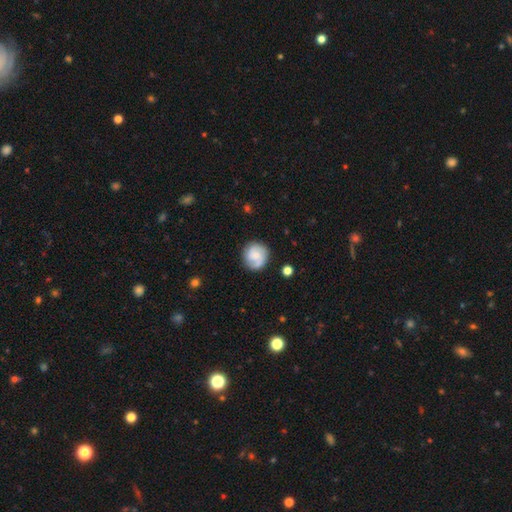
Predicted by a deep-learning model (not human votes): A featured or disk galaxy (59%) with no bar (57%), 2 (67%) medium (43%) spiral arms (91%) and a small central bulge (49%). Merging: none (79%).